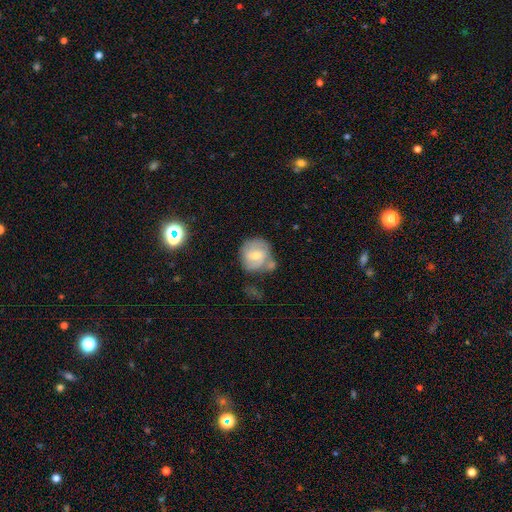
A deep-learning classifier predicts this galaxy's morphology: Q: Smooth or featured?
A: featured or disk (53%); runner-up: smooth (39%)
Q: Edge-on disk?
A: no (97%); runner-up: yes (3%)
Q: Bar?
A: weak (51%); runner-up: no (37%)
Q: Spiral arms?
A: yes (75%); runner-up: no (25%)
Q: Bulge size?
A: moderate (49%); runner-up: small (46%)
Q: Merging?
A: none (43%); runner-up: minor disturbance (24%)